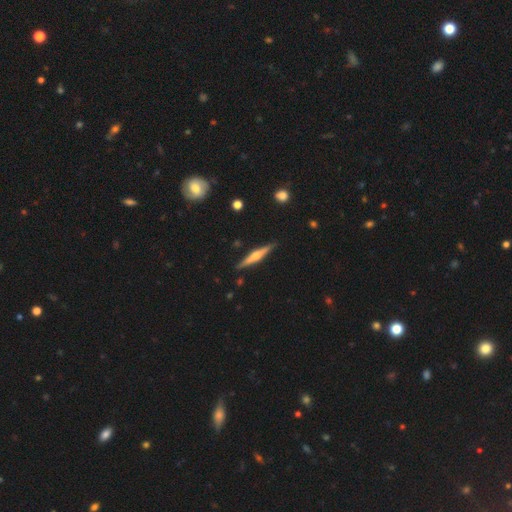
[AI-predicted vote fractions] Smooth or featured?
  - featured or disk: 69% *
  - smooth: 25%
  - star or artifact: 6%
Edge-on disk?
  - yes: 98% *
  - no: 2%
Edge-on bulge?
  - rounded: 85% *
  - boxy: 9%
  - none: 7%
Merging?
  - none: 90% *
  - minor disturbance: 8%
  - major disturbance: 2%
  - merger: 1%